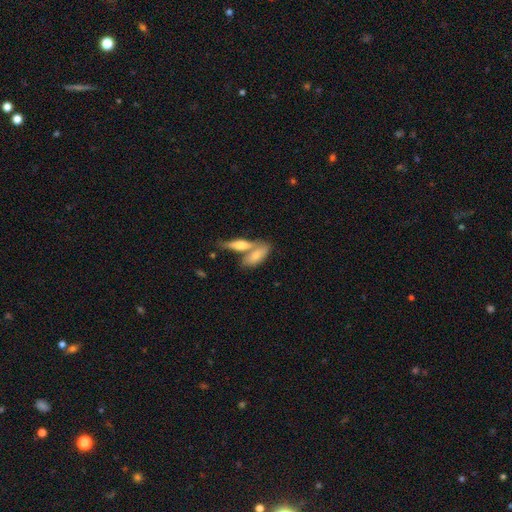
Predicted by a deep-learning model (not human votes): Q: Smooth or featured?
A: smooth (68%); runner-up: featured or disk (26%)
Q: How rounded?
A: in between (71%); runner-up: cigar-shaped (25%)
Q: Merging?
A: merger (50%); runner-up: none (37%)